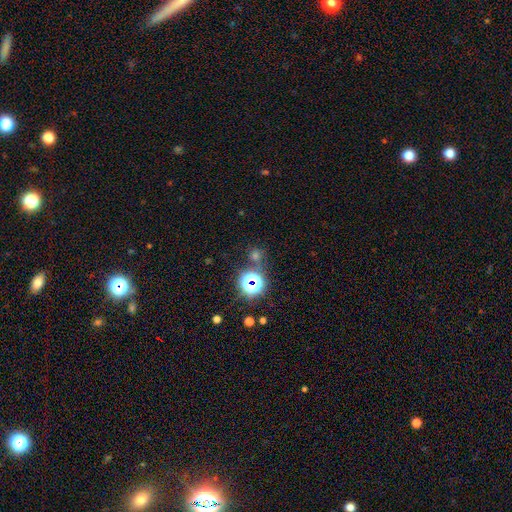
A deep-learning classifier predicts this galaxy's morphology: star or artifact 54%, smooth 39%, featured or disk 7%.